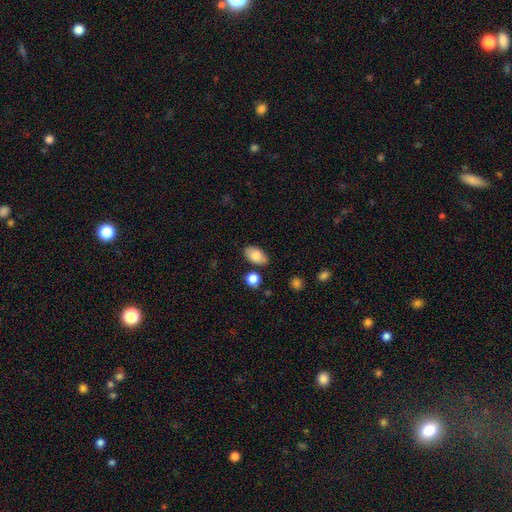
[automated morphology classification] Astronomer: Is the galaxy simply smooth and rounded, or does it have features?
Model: smooth — 82%.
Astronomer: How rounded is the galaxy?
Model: in between — 92%.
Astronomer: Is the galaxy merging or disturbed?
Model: none — 77%.